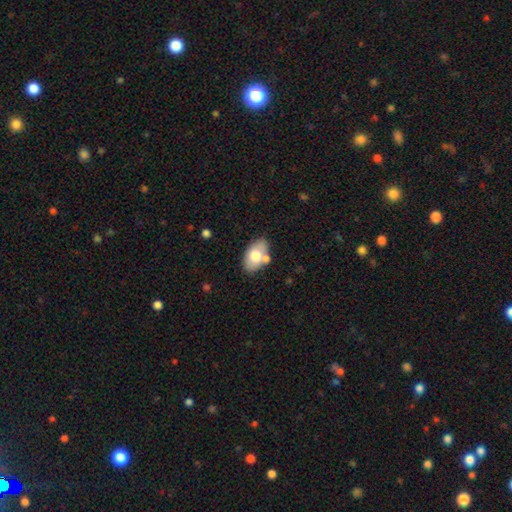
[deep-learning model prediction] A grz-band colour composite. It shows a smooth galaxy with no disk features (70%) that is in between round and cigar-shaped (92%). Merging: none (68%).